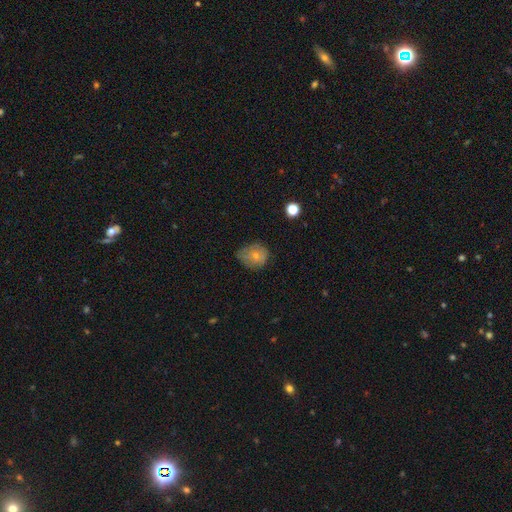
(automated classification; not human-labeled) smooth-or-featured: smooth: 65% | featured or disk: 25% | star or artifact: 10%
  how-rounded: round: 67% | in between: 32% | cigar-shaped: 1%
  merging: none: 56% | minor disturbance: 32% | major disturbance: 11% | merger: 2%